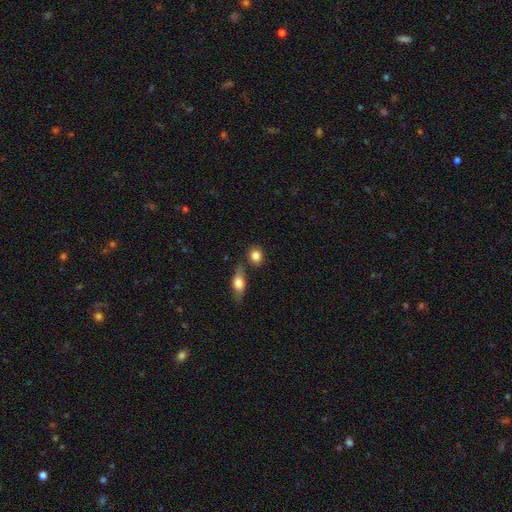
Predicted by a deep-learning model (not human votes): smooth 84%, star or artifact 8%, featured or disk 8%. Down the decision tree: how rounded — round (66%); merging — none (69%).